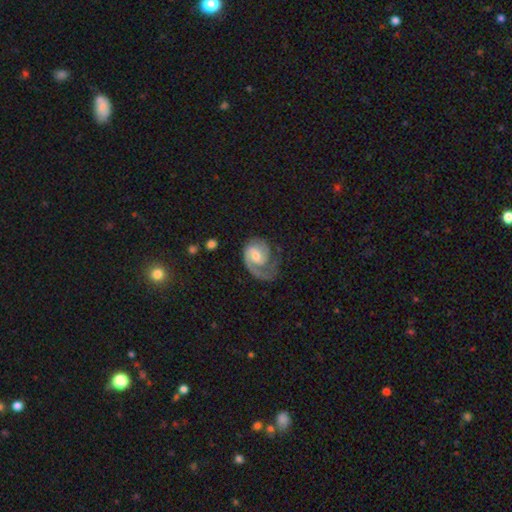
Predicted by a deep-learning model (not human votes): This is clearly a featured or disk galaxy (85%). It is clearly not viewed edge-on (98%). Bar: possibly no (51%). Spiral arm pattern: clearly yes (96%). Spiral arm count: possibly 1 (46%). Spiral winding: possibly tight (45%). Central bulge: possibly moderate (50%). Merging: possibly none (53%).